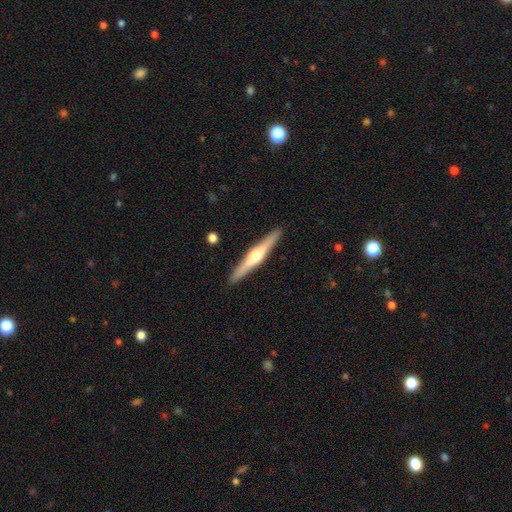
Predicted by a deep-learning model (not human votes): Smooth or featured? Predicted: featured or disk (p=0.71). Edge-on disk? Predicted: yes (p=0.98). Edge-on bulge? Predicted: rounded (p=0.92). Merging? Predicted: none (p=0.92).